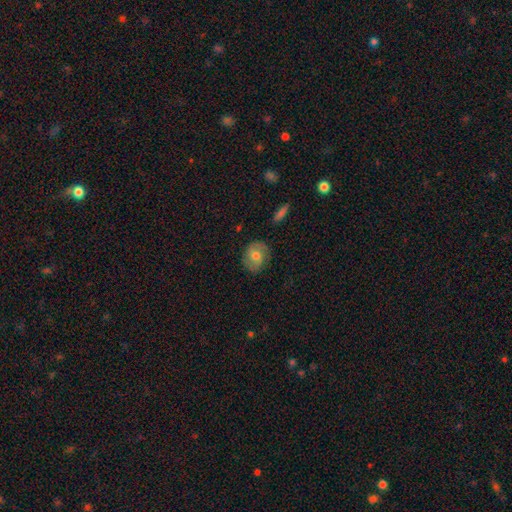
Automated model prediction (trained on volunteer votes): This is possibly a smooth galaxy (55%). How rounded: likely round (67%). Merging: likely none (80%).